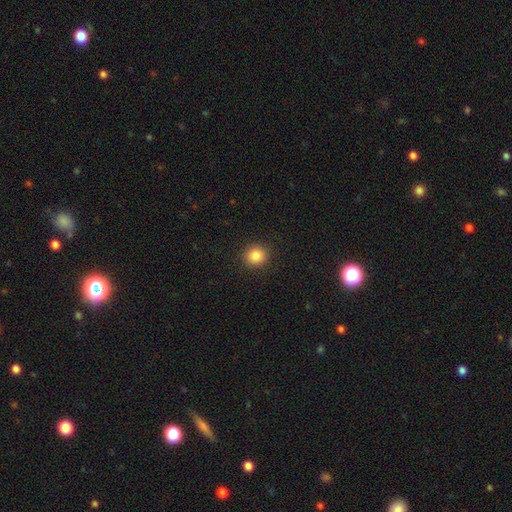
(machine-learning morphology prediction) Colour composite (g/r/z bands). It shows a smooth galaxy with no disk features (85%) that is round (88%). Merging: none (91%).